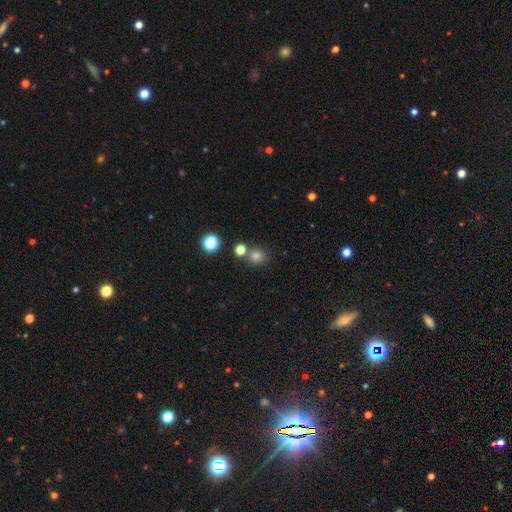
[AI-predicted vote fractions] Smooth or featured? Predicted: smooth (p=0.76). How rounded? Predicted: round (p=0.73). Merging? Predicted: none (p=0.72).